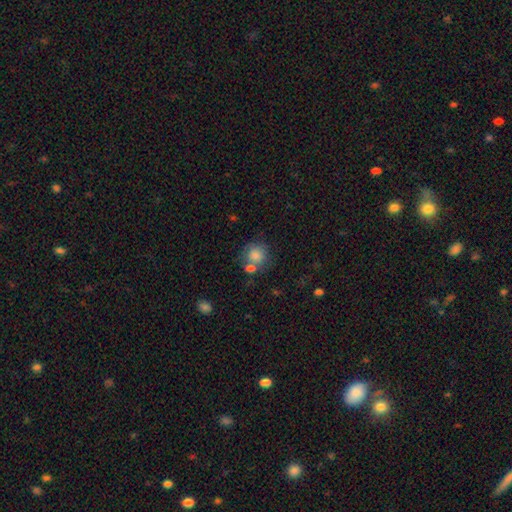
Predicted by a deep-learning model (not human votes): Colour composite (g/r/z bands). It shows a smooth galaxy with no disk features (82%) that is round (83%). Merging: none (56%).